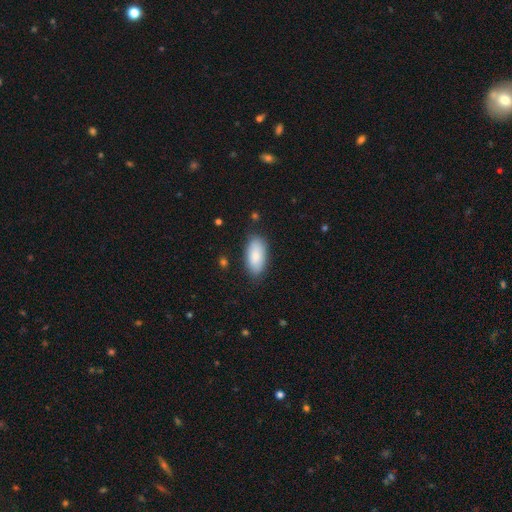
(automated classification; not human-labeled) A smooth galaxy with no disk features (81%) that is in between round and cigar-shaped (92%). Merging: none (82%).